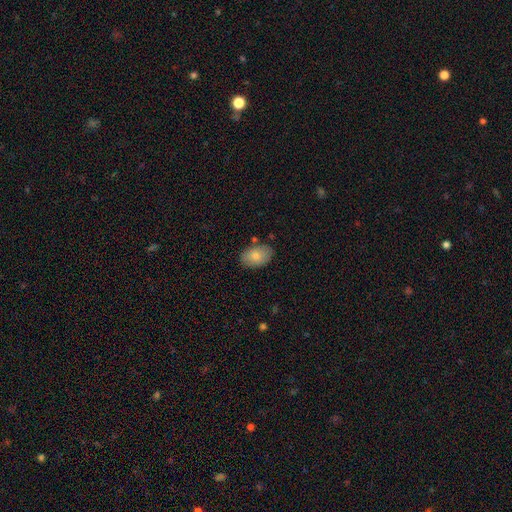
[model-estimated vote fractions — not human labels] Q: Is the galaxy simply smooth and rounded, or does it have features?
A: smooth — 81%.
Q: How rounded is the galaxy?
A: in between — 89%.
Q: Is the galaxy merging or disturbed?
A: none — 81%.